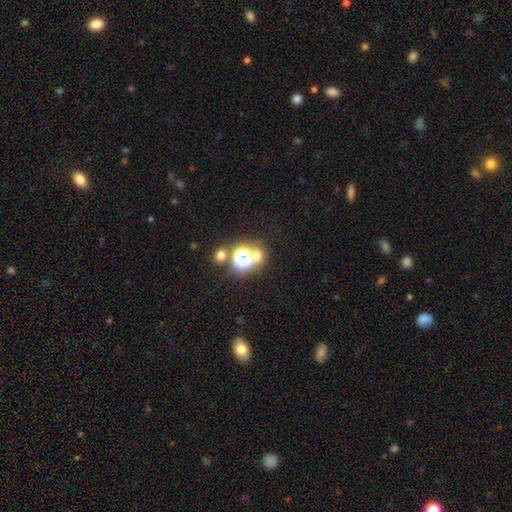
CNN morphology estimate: Q: Smooth or featured?
A: smooth (52%); runner-up: star or artifact (39%)
Q: How rounded?
A: round (82%); runner-up: in between (17%)
Q: Merging?
A: none (62%); runner-up: merger (24%)